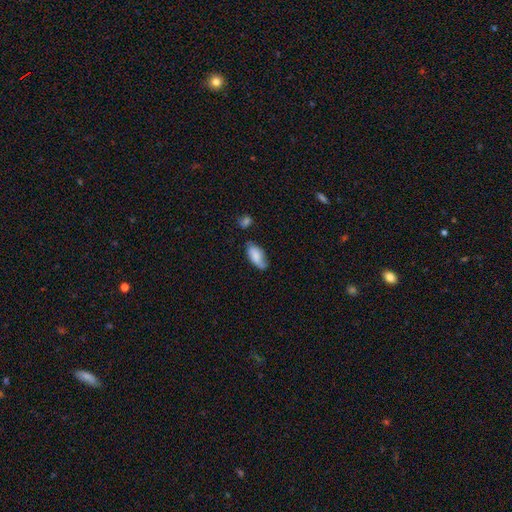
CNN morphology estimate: Smooth or featured? Predicted: smooth (p=0.74). How rounded? Predicted: in between (p=0.89). Merging? Predicted: none (p=0.54).